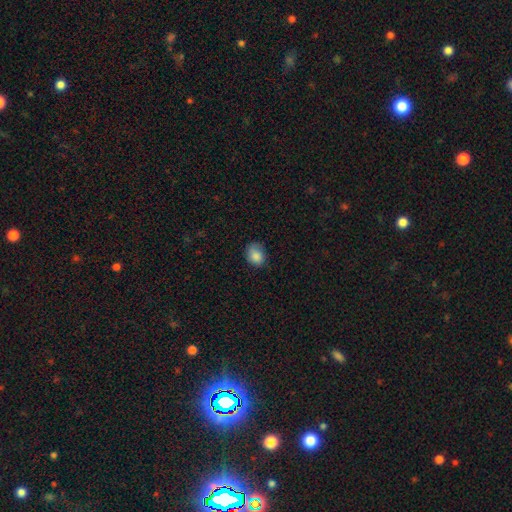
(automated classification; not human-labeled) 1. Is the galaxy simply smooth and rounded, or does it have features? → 84% smooth, 9% star or artifact, 8% featured or disk.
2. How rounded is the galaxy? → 50% round, 49% in between, 1% cigar-shaped.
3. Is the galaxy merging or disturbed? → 64% none, 28% minor disturbance, 7% major disturbance, 1% merger.